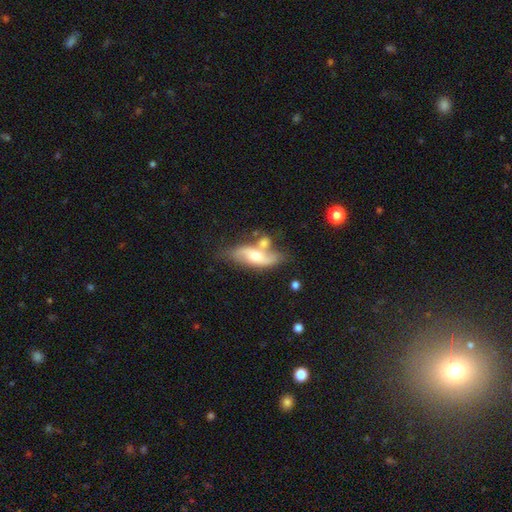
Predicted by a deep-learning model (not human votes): smooth_or_featured: featured or disk (p=0.59) [alt: smooth p=0.34]
disk_edge_on: no (p=0.81) [alt: yes p=0.19]
merging: none (p=0.47) [alt: merger p=0.26]